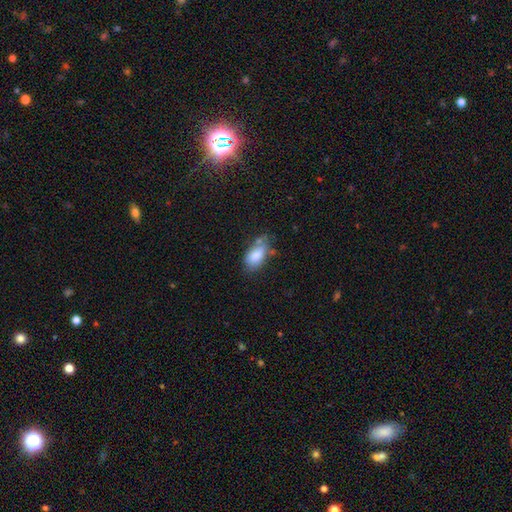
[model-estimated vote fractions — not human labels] This is likely a smooth galaxy (79%). How rounded: clearly in between (91%). Merging: possibly none (50%).